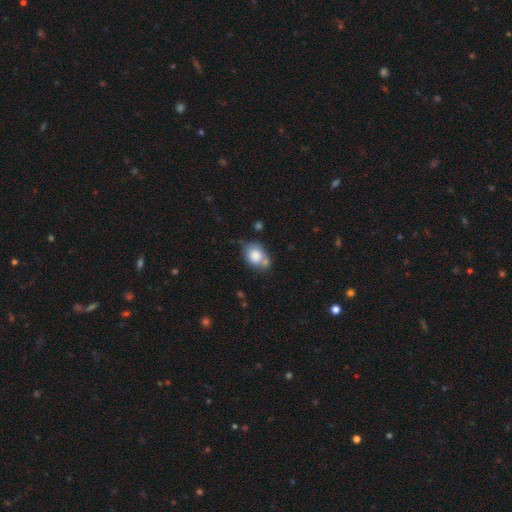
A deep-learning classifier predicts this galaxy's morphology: smooth-or-featured: smooth: 80% | featured or disk: 12% | star or artifact: 9%
  how-rounded: in between: 53% | round: 46% | cigar-shaped: 1%
  merging: none: 47% | merger: 24% | minor disturbance: 22% | major disturbance: 7%